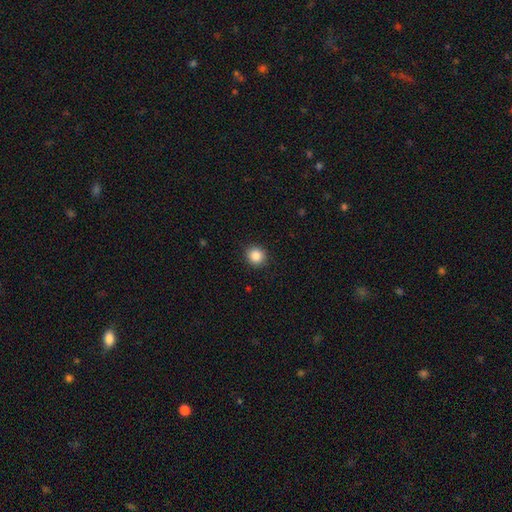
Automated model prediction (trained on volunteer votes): Smooth or featured?
  - smooth: 87% *
  - star or artifact: 9%
  - featured or disk: 3%
How rounded?
  - round: 89% *
  - in between: 10%
  - cigar-shaped: 1%
Merging?
  - none: 91% *
  - minor disturbance: 6%
  - major disturbance: 2%
  - merger: 1%